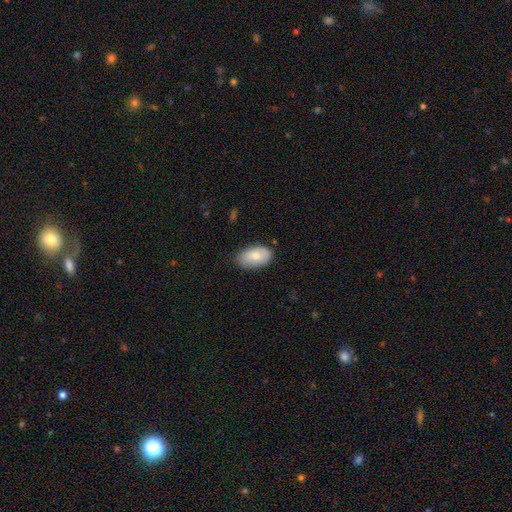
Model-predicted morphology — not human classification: Smooth or featured: smooth — 77% (featured or disk — 17%)
How rounded: in between — 92% (round — 6%)
Merging: none — 72% (minor disturbance — 23%)